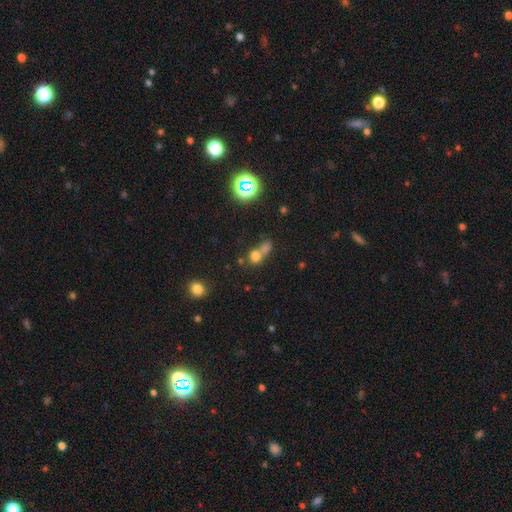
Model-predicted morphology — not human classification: This appears to be a smooth galaxy with no disk features (64%) that is round (74%). Merging: merger (56%).